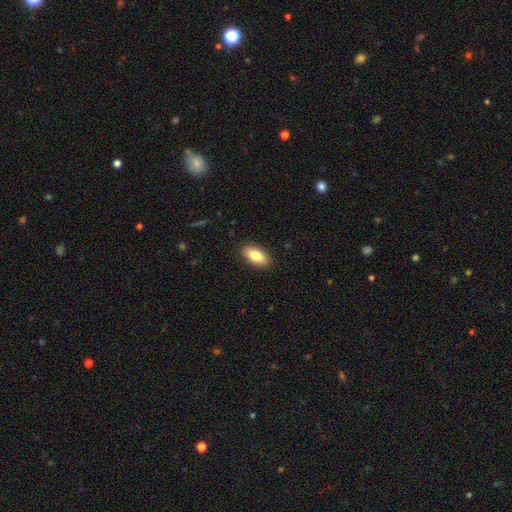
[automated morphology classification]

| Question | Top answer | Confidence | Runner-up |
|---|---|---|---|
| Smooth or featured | smooth | 83% | featured or disk (10%) |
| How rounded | in between | 92% | cigar-shaped (5%) |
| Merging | none | 89% | minor disturbance (8%) |